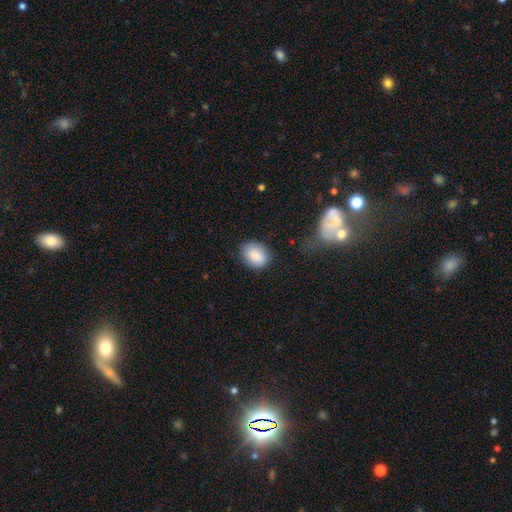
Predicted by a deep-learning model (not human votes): Smooth or featured? Predicted: smooth (p=0.87). How rounded? Predicted: in between (p=0.66). Merging? Predicted: none (p=0.79).